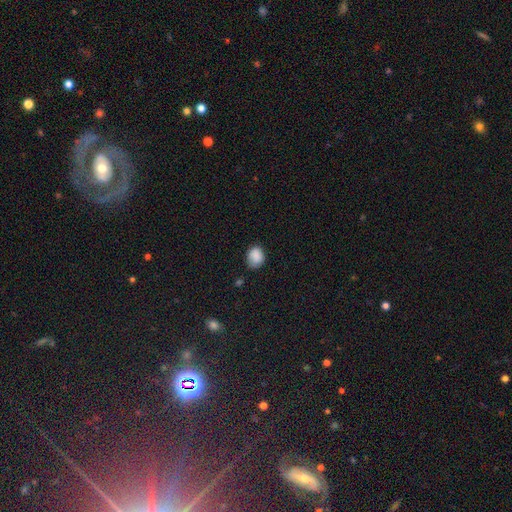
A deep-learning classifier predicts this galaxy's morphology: smooth_or_featured: smooth (p=0.87) [alt: star or artifact p=0.09]
how_rounded: round (p=0.54) [alt: in between p=0.45]
merging: none (p=0.67) [alt: minor disturbance p=0.26]